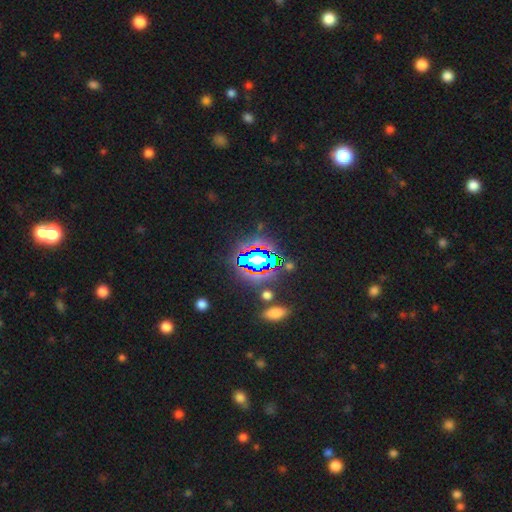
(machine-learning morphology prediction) Smooth or featured?
  - star or artifact: 67% *
  - smooth: 19%
  - featured or disk: 14%